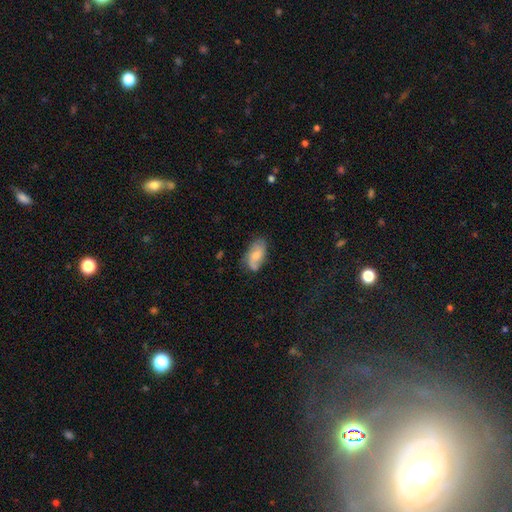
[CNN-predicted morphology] Smooth or featured? smooth (55%)
How rounded? in between (91%)
Merging? none (63%)